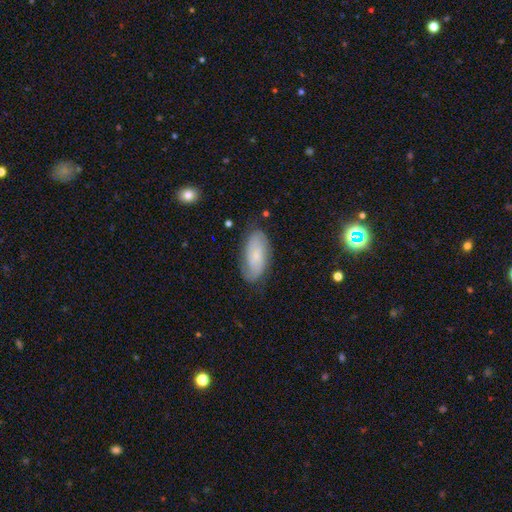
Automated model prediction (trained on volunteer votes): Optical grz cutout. It shows a featured or disk galaxy (53%). Merging: none (75%).